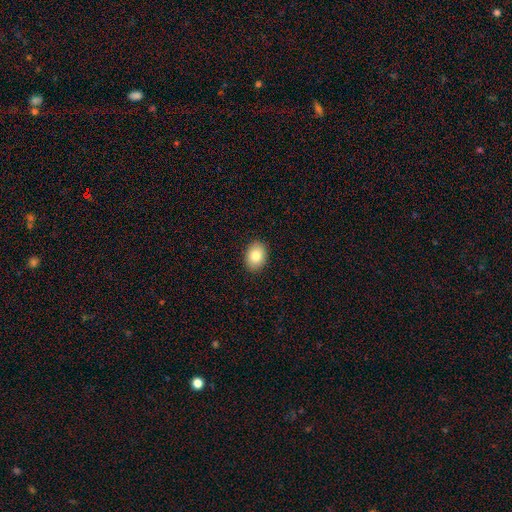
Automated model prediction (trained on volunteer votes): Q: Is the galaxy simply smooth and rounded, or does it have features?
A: smooth — 84%.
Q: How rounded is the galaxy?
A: in between — 74%.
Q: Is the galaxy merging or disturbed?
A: none — 90%.